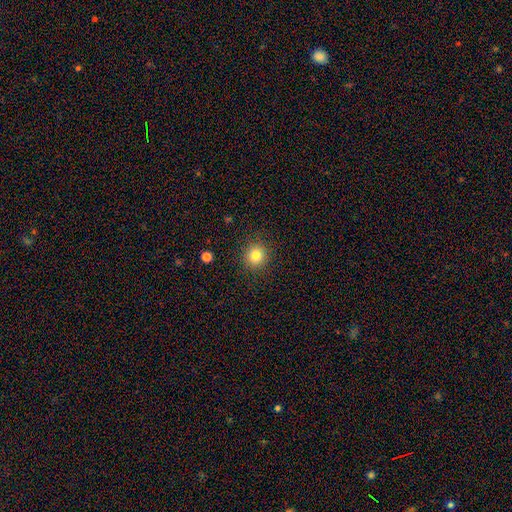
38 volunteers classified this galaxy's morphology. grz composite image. It shows a smooth galaxy with no disk features (74%) that is round (82%). Merging: none (97%).